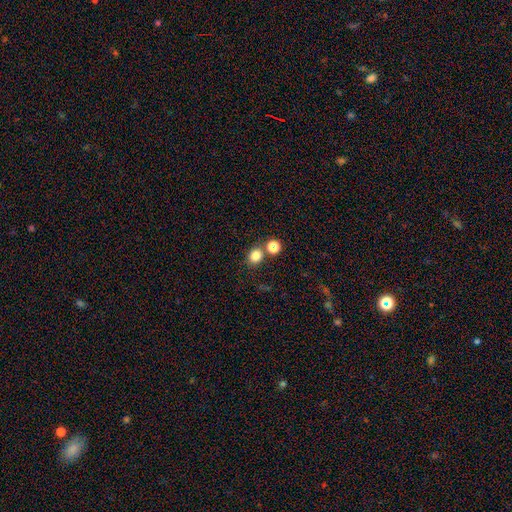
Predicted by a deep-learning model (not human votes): This appears to be a smooth galaxy with no disk features (80%) that is round (71%). Merging: none (72%).